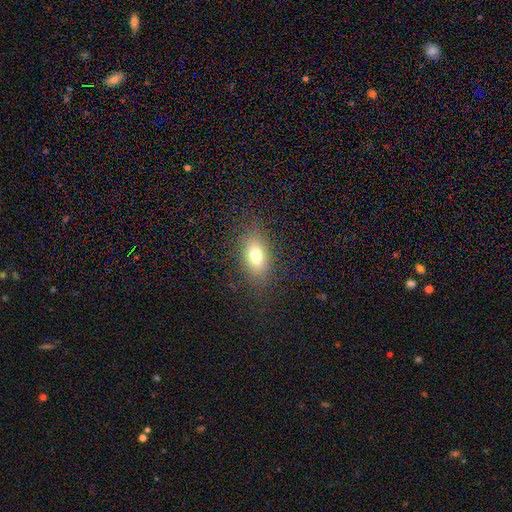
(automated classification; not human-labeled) A smooth galaxy with no disk features (74%) that is in between round and cigar-shaped (84%). Merging: none (81%).